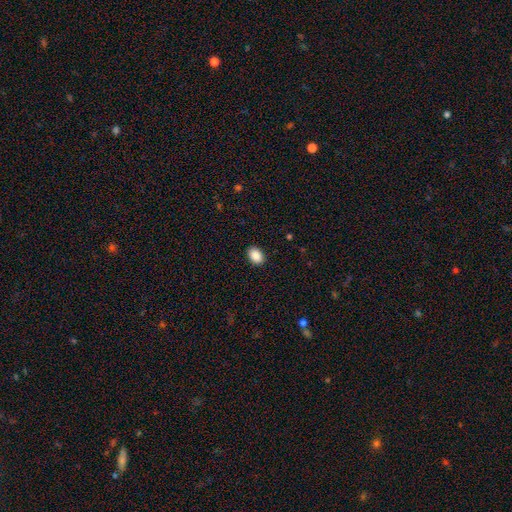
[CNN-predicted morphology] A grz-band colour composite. It shows a smooth galaxy with no disk features (89%) that is in between round and cigar-shaped (77%). Merging: none (90%).